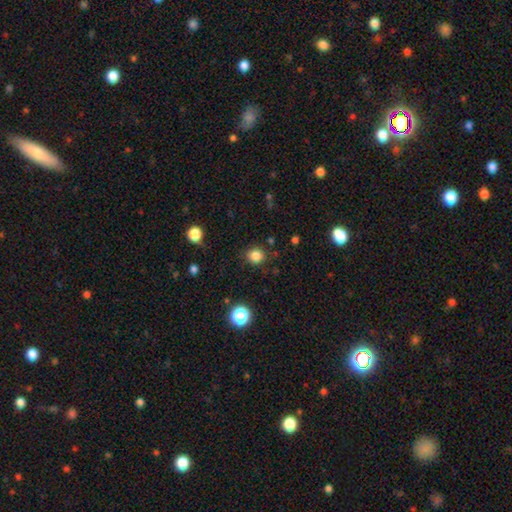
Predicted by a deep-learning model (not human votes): A smooth galaxy with no disk features (84%) that is round (83%).

Vote fractions:
- Smooth or featured? smooth: 84% / star or artifact: 12% / featured or disk: 4%
- How rounded? round: 83% / in between: 16% / cigar-shaped: 1%
- Merging? none: 86% / minor disturbance: 9% / major disturbance: 3% / merger: 2%